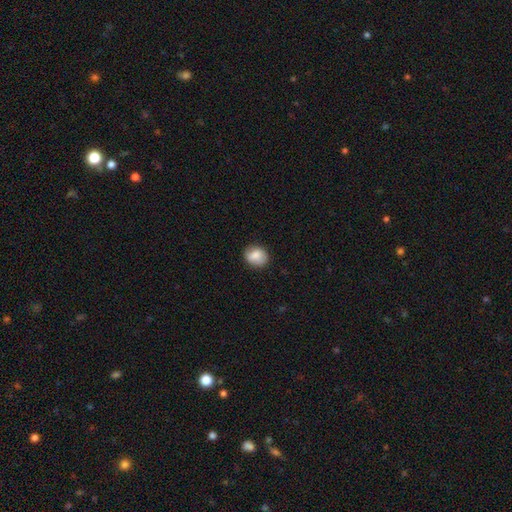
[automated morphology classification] This is clearly a smooth galaxy (82%). How rounded: possibly round (58%). Merging: clearly none (81%).